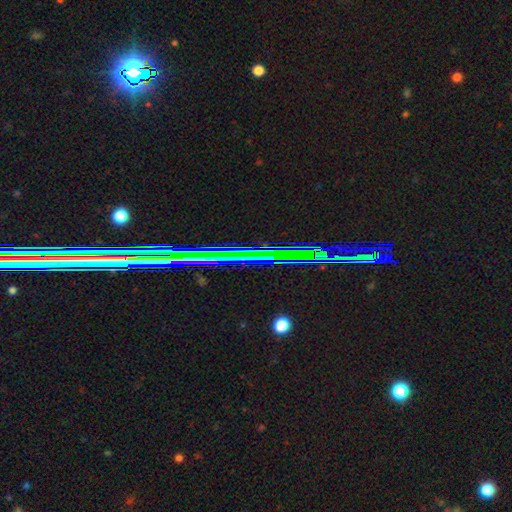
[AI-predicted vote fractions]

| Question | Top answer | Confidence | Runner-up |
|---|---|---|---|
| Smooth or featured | star or artifact | 63% | featured or disk (25%) |